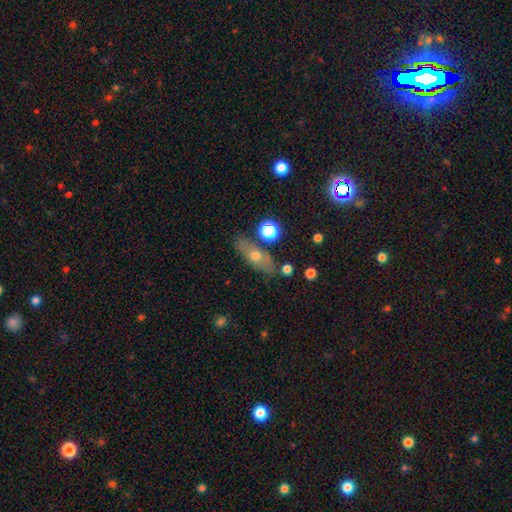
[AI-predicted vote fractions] Morphology: type=smooth (54%); roundness=in between (57%); merging=none (79%).